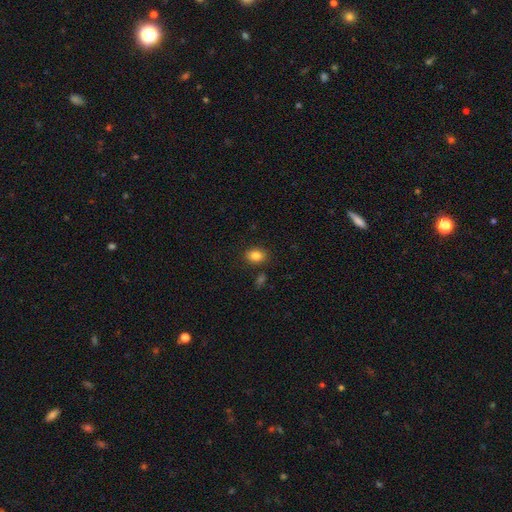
This appears to be a smooth galaxy with no disk features (95%) that is in between round and cigar-shaped (70%). Merging: none (92%).